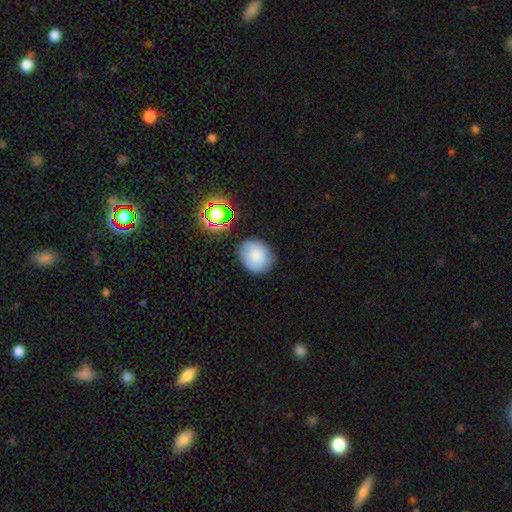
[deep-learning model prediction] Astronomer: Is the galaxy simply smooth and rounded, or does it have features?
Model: smooth — 82%.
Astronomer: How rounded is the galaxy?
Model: round — 60% (runner-up: in between, 39%).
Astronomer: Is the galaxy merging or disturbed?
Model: none — 80%.